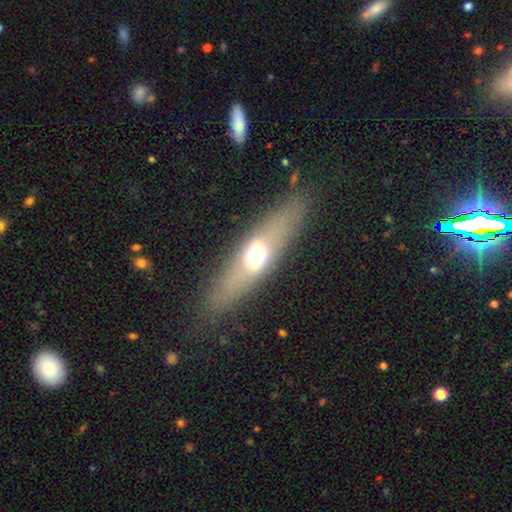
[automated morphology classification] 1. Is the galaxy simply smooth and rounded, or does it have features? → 49% smooth, 42% featured or disk, 10% star or artifact.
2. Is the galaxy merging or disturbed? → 85% none, 9% minor disturbance, 4% major disturbance, 1% merger.